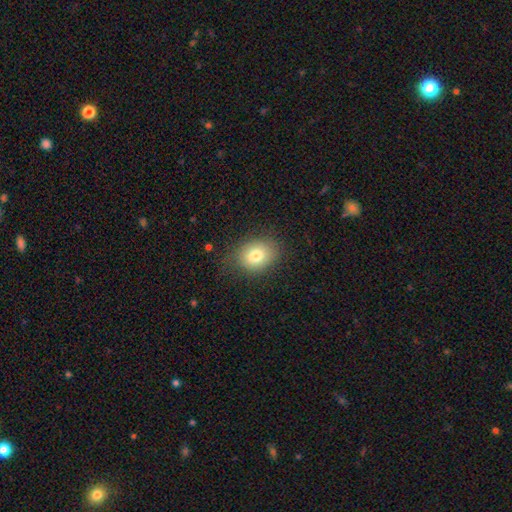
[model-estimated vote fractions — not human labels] This is likely a smooth galaxy (79%). How rounded: possibly in between (57%). Merging: likely none (78%).